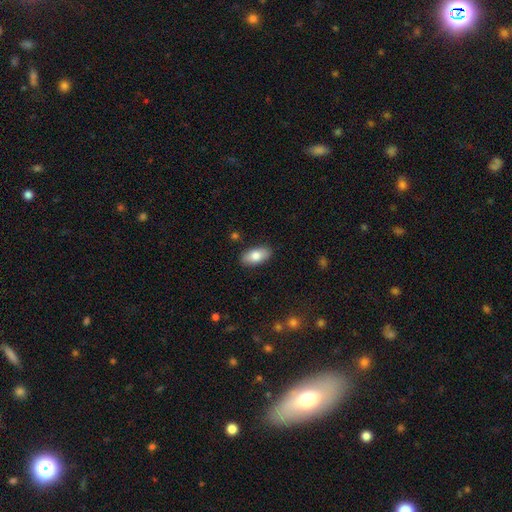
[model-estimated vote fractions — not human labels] Morphology: type=smooth (80%); roundness=in between (92%); merging=none (88%).